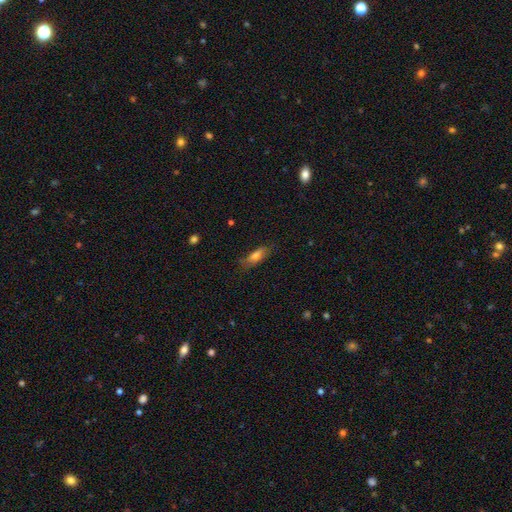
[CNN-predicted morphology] A smooth galaxy with no disk features (72%) that is in between round and cigar-shaped (65%). Merging: none (69%).